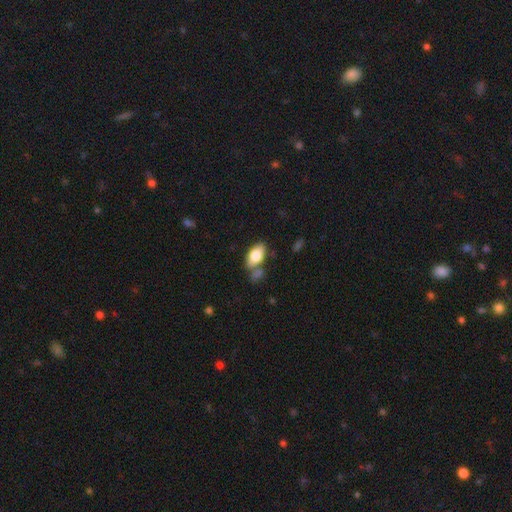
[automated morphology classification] A smooth galaxy with no disk features (77%) that is in between round and cigar-shaped (91%). Merging: none (61%).